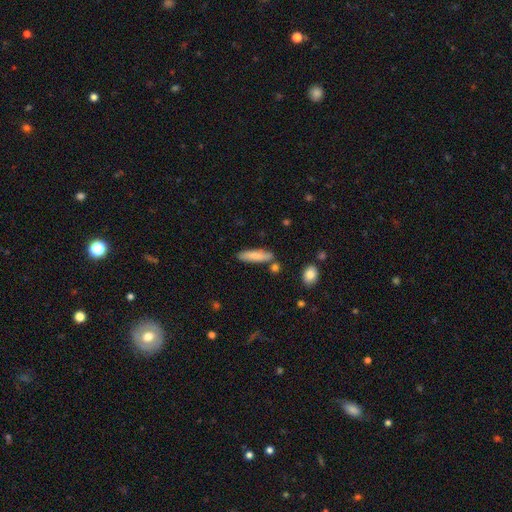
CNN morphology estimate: This appears to be a smooth galaxy with no disk features (80%) that is cigar-shaped (70%). Merging: none (80%).